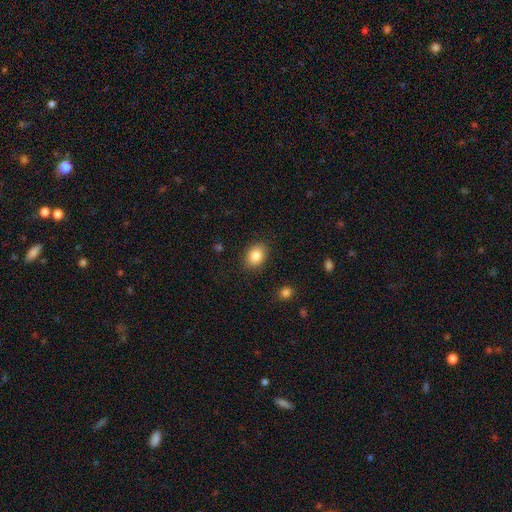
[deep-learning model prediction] Smooth or featured?
  - smooth: 86% *
  - star or artifact: 8%
  - featured or disk: 6%
How rounded?
  - in between: 67% *
  - round: 32%
  - cigar-shaped: 1%
Merging?
  - none: 87% *
  - minor disturbance: 9%
  - major disturbance: 3%
  - merger: 1%